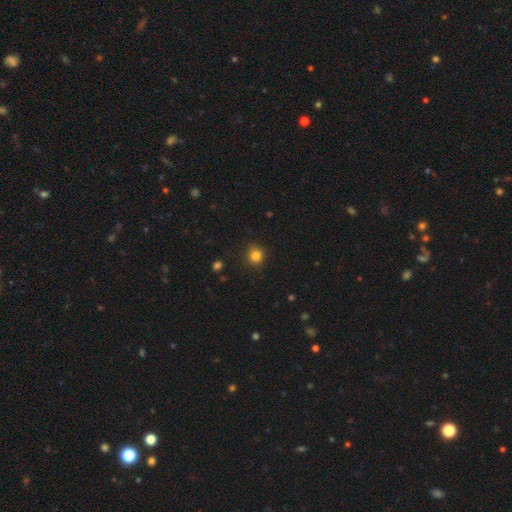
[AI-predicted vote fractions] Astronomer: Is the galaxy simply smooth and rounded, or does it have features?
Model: smooth — 83%.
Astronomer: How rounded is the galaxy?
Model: round — 88%.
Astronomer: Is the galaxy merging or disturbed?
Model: none — 87%.